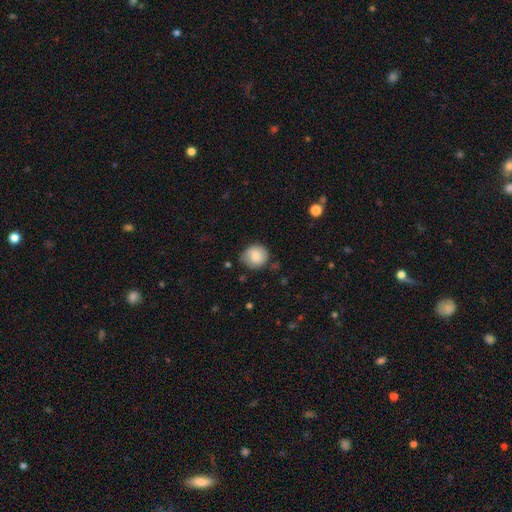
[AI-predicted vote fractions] smooth-or-featured: smooth: 82% | featured or disk: 11% | star or artifact: 8%
  how-rounded: round: 85% | in between: 14% | cigar-shaped: 1%
  merging: none: 73% | minor disturbance: 20% | major disturbance: 5% | merger: 2%